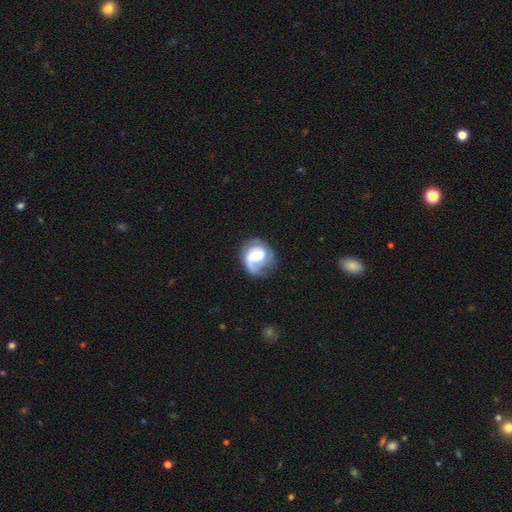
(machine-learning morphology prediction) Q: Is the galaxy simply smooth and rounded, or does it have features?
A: featured or disk — 68%.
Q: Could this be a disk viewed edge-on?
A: no — 98%.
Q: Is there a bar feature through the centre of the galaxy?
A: weak — 45%.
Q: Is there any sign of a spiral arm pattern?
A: yes — 87%.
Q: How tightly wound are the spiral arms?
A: tight — 39%, tied with medium.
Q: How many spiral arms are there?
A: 2 — 49%.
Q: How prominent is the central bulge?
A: moderate — 37%.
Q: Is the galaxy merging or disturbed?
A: none — 53%.